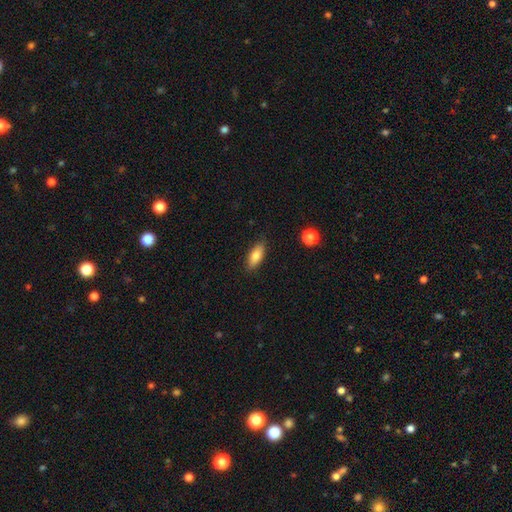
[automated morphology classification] Smooth or featured? smooth (79%)
How rounded? in between (76%)
Merging? none (87%)